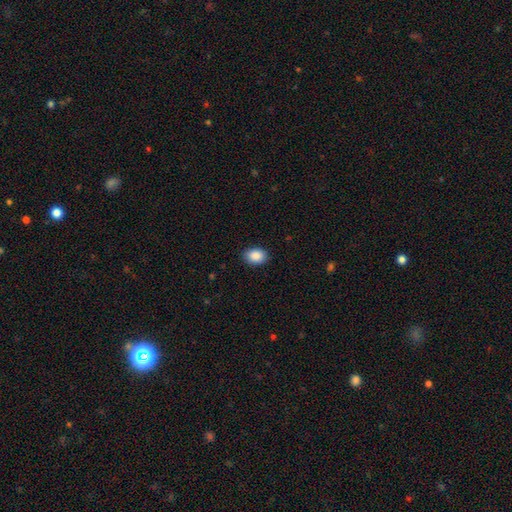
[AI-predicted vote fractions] Smooth or featured? Predicted: smooth (p=0.89). How rounded? Predicted: in between (p=0.72). Merging? Predicted: none (p=0.88).